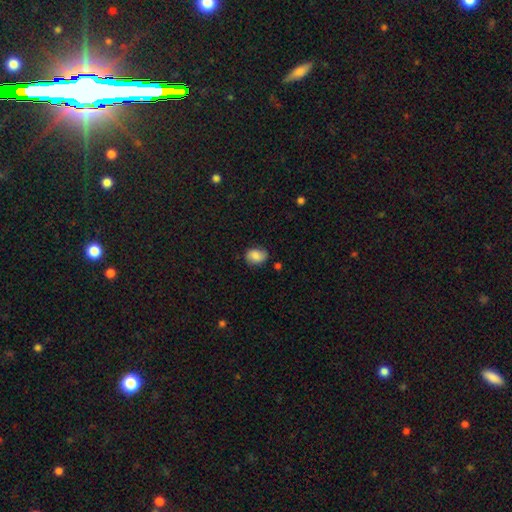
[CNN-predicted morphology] Smooth or featured?
  - smooth: 80% *
  - featured or disk: 12%
  - star or artifact: 8%
How rounded?
  - in between: 69% *
  - round: 30%
  - cigar-shaped: 1%
Merging?
  - none: 75% *
  - minor disturbance: 19%
  - major disturbance: 4%
  - merger: 2%